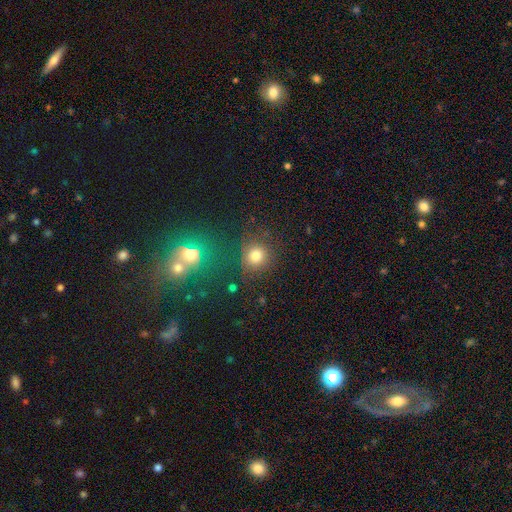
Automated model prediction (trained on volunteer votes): smooth 76%, star or artifact 17%, featured or disk 7%. Down the decision tree: how rounded — round (88%); merging — none (77%).